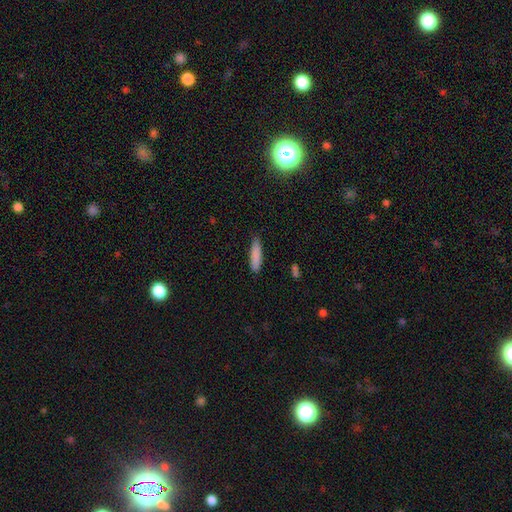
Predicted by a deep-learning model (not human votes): Overall: smooth (86%). How rounded: cigar-shaped (73%). Merging: none (82%).